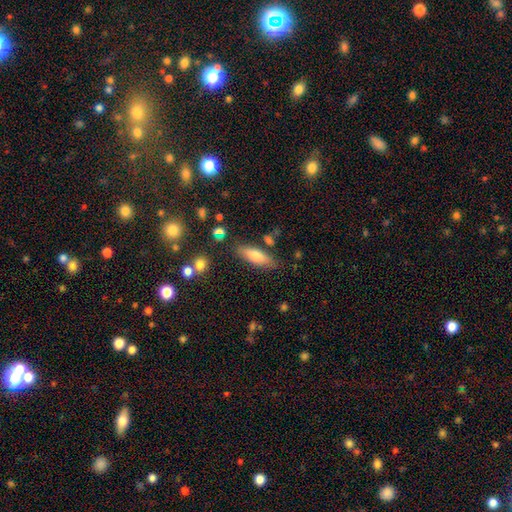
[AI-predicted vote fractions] smooth 71%, featured or disk 22%, star or artifact 7%. Down the decision tree: how rounded — in between (53%); merging — none (77%).